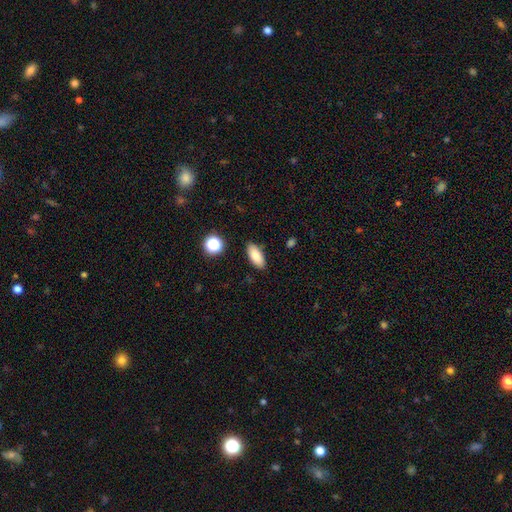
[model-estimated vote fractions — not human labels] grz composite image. It shows a smooth galaxy with no disk features (85%) that is in between round and cigar-shaped (85%). Merging: none (87%).